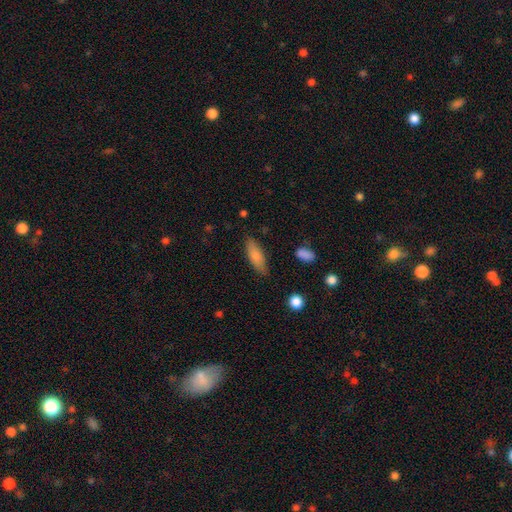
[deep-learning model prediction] Smooth or featured?
  - smooth: 78% *
  - featured or disk: 15%
  - star or artifact: 6%
How rounded?
  - in between: 56% *
  - cigar-shaped: 42%
  - round: 2%
Merging?
  - none: 82% *
  - minor disturbance: 14%
  - major disturbance: 3%
  - merger: 2%